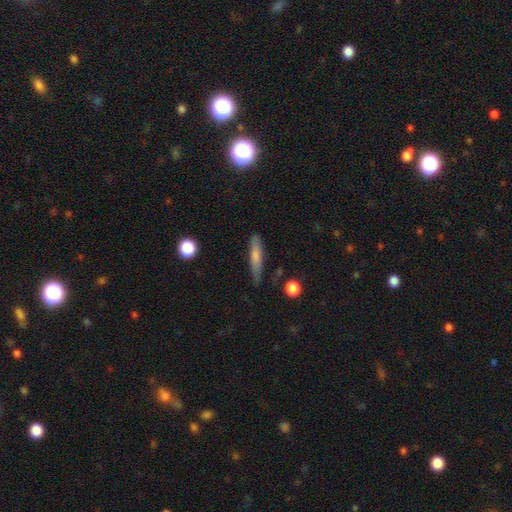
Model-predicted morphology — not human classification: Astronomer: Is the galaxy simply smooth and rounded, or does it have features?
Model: smooth — 69%.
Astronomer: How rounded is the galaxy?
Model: cigar-shaped — 84%.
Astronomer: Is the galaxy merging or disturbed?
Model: none — 74%.